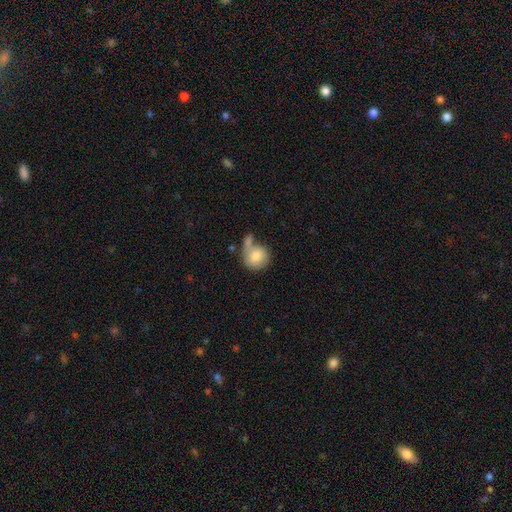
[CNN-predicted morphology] Q: Smooth or featured?
A: smooth (78%); runner-up: featured or disk (15%)
Q: How rounded?
A: round (82%); runner-up: in between (17%)
Q: Merging?
A: none (36%); runner-up: merger (31%)